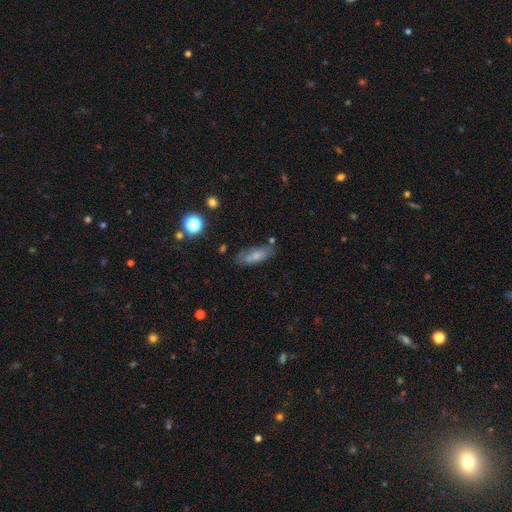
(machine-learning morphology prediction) A smooth galaxy with no disk features (70%) that is in between round and cigar-shaped (60%).

Vote fractions:
- Smooth or featured? smooth: 70% / featured or disk: 21% / star or artifact: 9%
- How rounded? in between: 60% / cigar-shaped: 38% / round: 3%
- Merging? none: 65% / minor disturbance: 23% / major disturbance: 7% / merger: 6%